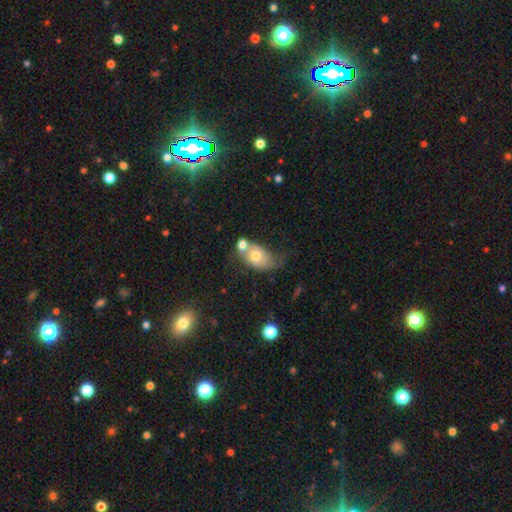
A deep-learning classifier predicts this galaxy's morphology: This is likely a smooth galaxy (60%). How rounded: likely in between (76%). Merging: marginally merger (45%).